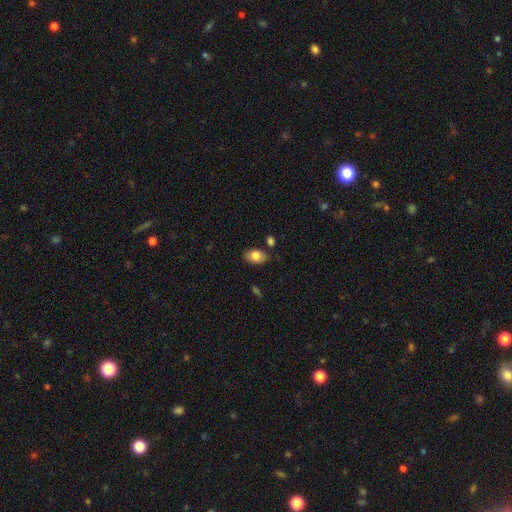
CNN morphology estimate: smooth 81%, featured or disk 11%, star or artifact 8%. Down the decision tree: how rounded — in between (88%); merging — none (80%).